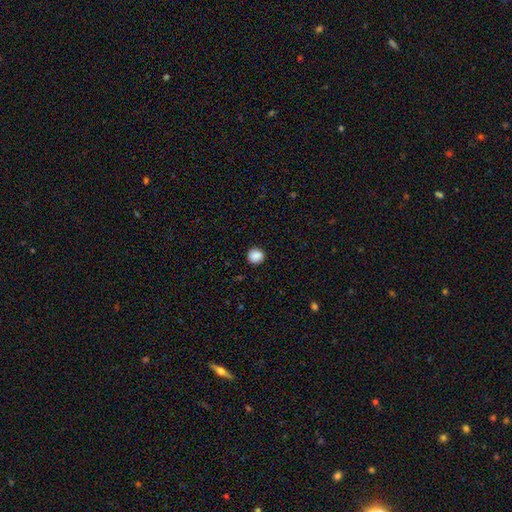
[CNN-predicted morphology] Smooth or featured? smooth (88%)
How rounded? round (89%)
Merging? none (90%)